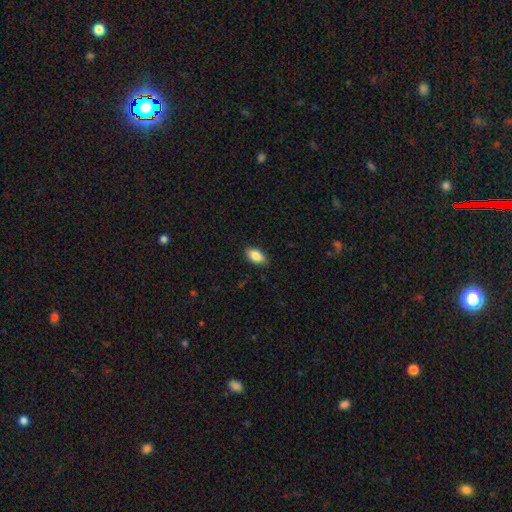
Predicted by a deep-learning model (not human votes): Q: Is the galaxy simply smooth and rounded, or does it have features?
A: smooth — 86%.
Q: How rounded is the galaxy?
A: in between — 91%.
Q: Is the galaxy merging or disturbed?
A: none — 87%.